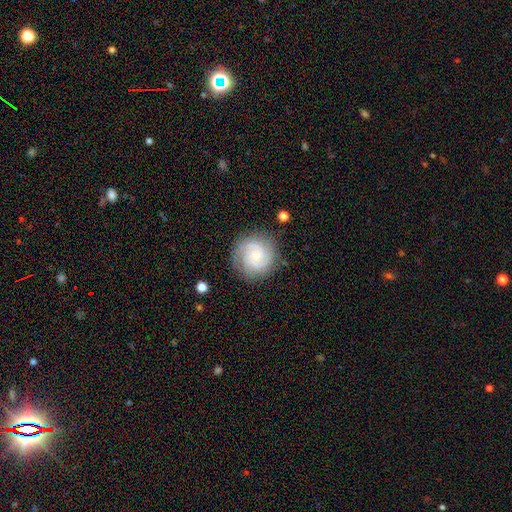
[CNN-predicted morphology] Overall: featured or disk (76%). Edge-on disk: no (98%). Bar: no (70%). Spiral arms: yes (96%). Spiral arm count: 2 (43%; 3 28%). Spiral winding: tight (57%; medium 35%). Bulge size: small (70%). Merging: none (83%).